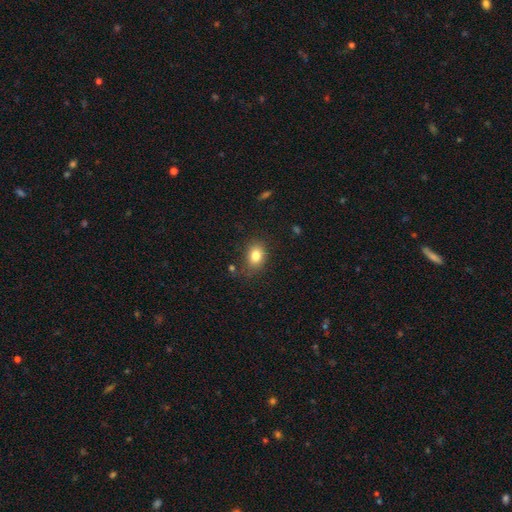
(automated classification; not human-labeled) Smooth or featured?
  - smooth: 82% *
  - star or artifact: 10%
  - featured or disk: 8%
How rounded?
  - in between: 66% *
  - round: 33%
  - cigar-shaped: 1%
Merging?
  - none: 76% *
  - minor disturbance: 16%
  - major disturbance: 5%
  - merger: 3%